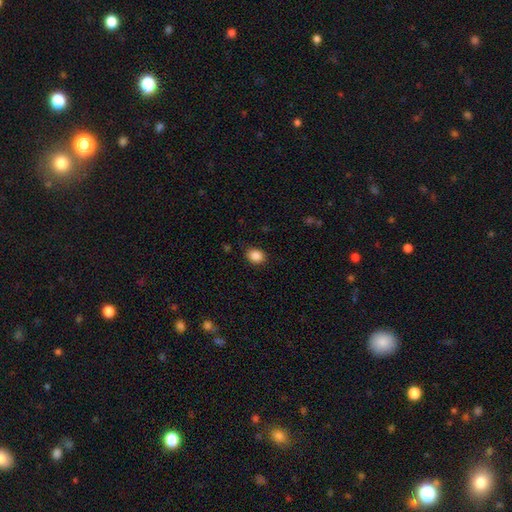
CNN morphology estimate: Smooth or featured? Predicted: smooth (p=0.88). How rounded? Predicted: in between (p=0.58). Merging? Predicted: none (p=0.85).